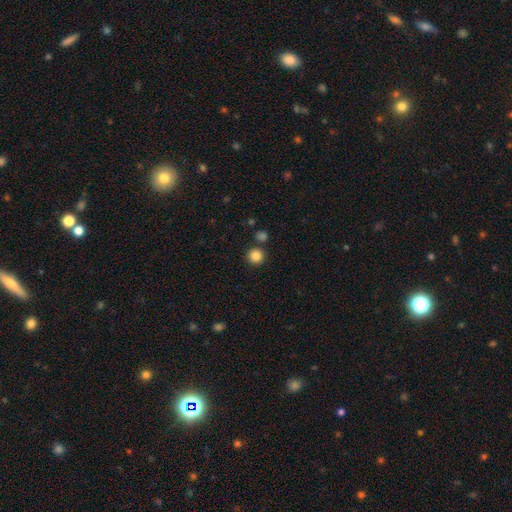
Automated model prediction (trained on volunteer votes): A smooth galaxy with no disk features (85%) that is round (95%). Merging: none (86%).